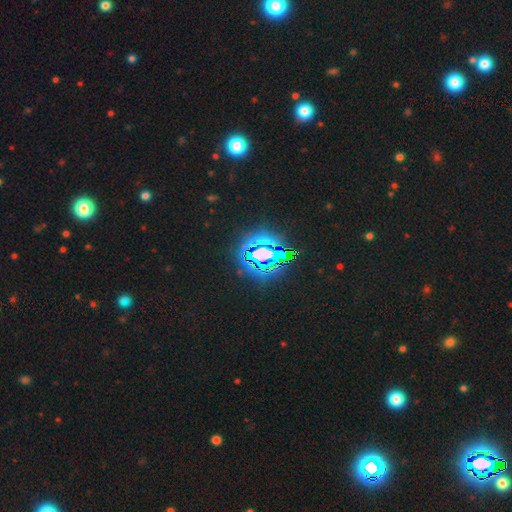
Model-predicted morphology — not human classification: This is likely a star or artifact rather than a galaxy (73%).